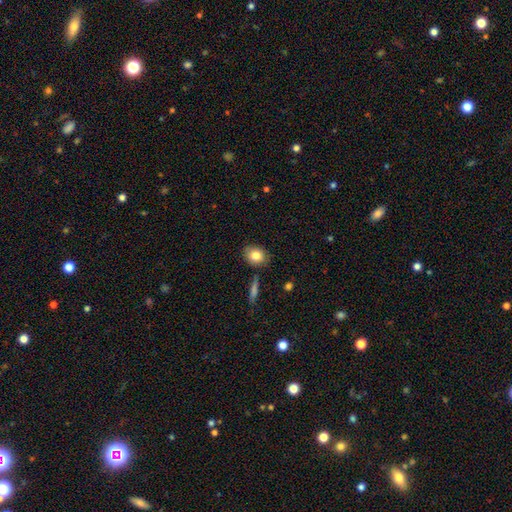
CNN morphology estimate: A smooth galaxy with no disk features (82%) that is round (56%).

Vote fractions:
- Smooth or featured? smooth: 82% / featured or disk: 10% / star or artifact: 8%
- How rounded? round: 56% / in between: 42% / cigar-shaped: 2%
- Merging? none: 81% / minor disturbance: 12% / merger: 4% / major disturbance: 3%